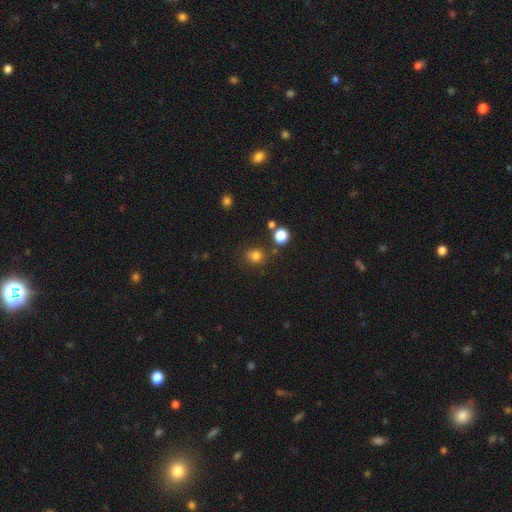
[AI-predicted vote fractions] Morphology: type=smooth (79%); roundness=round (72%); merging=none (76%).